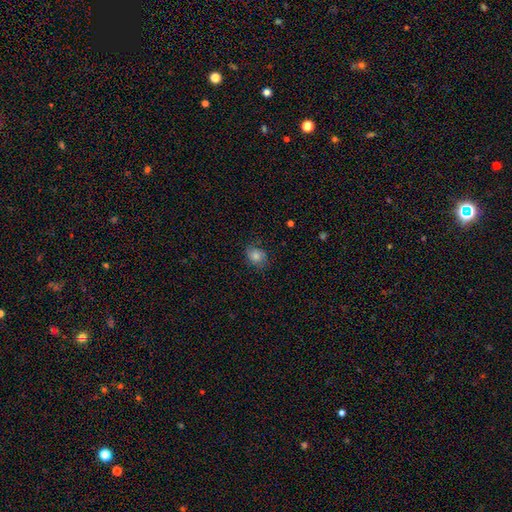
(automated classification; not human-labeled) This is likely a smooth galaxy (72%). How rounded: possibly round (54%). Merging: likely none (73%).